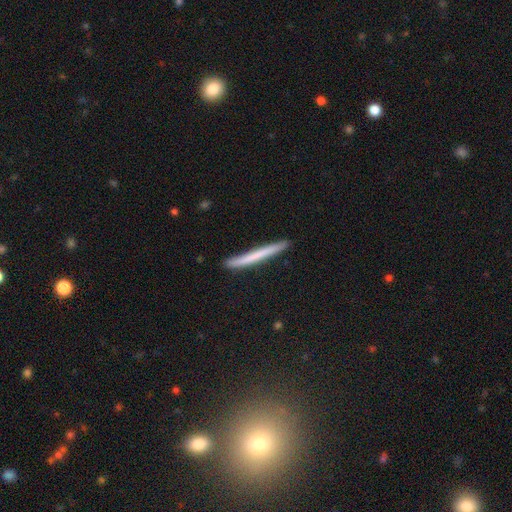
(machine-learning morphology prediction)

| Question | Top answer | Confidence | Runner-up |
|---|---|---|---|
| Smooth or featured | smooth | 60% | featured or disk (34%) |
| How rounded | cigar-shaped | 97% | in between (2%) |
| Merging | none | 89% | minor disturbance (9%) |